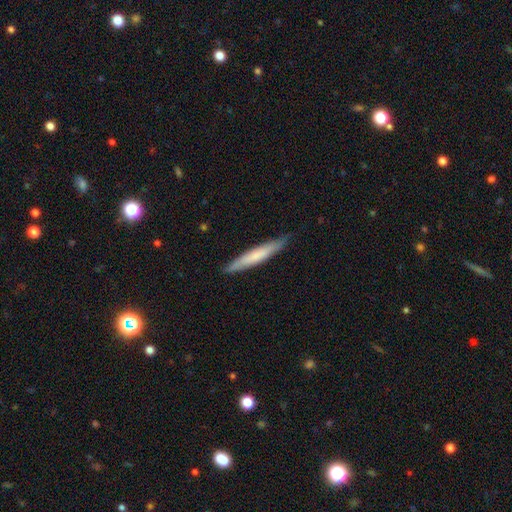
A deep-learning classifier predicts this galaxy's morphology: This appears to be a smooth galaxy with no disk features (66%) that is cigar-shaped (94%). Merging: none (87%).